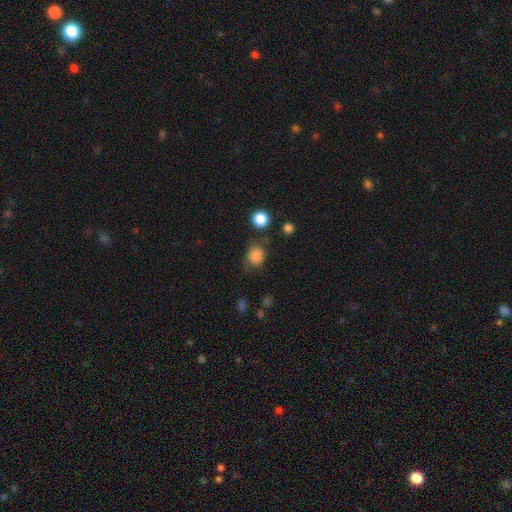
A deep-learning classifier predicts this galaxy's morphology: Smooth or featured? smooth (84%)
How rounded? round (69%)
Merging? none (66%)